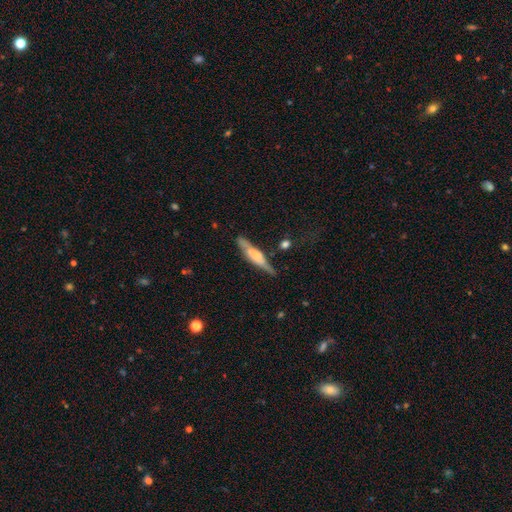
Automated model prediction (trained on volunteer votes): Smooth or featured? featured or disk (55%)
Edge-on disk? yes (87%)
Merging? none (72%)